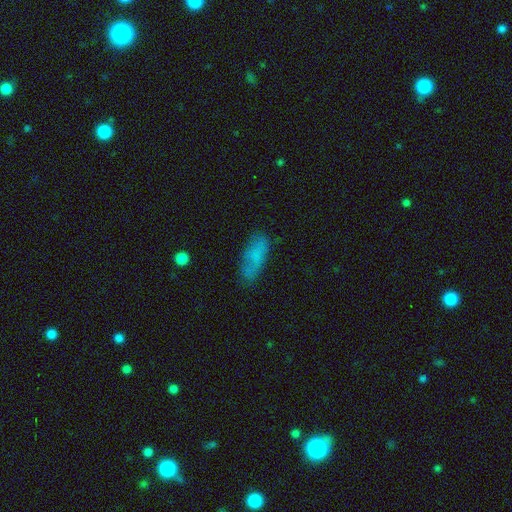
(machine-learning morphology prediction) Smooth or featured?
  - smooth: 72% *
  - featured or disk: 19%
  - star or artifact: 9%
How rounded?
  - in between: 68% *
  - cigar-shaped: 30%
  - round: 2%
Merging?
  - none: 70% *
  - minor disturbance: 20%
  - major disturbance: 7%
  - merger: 3%